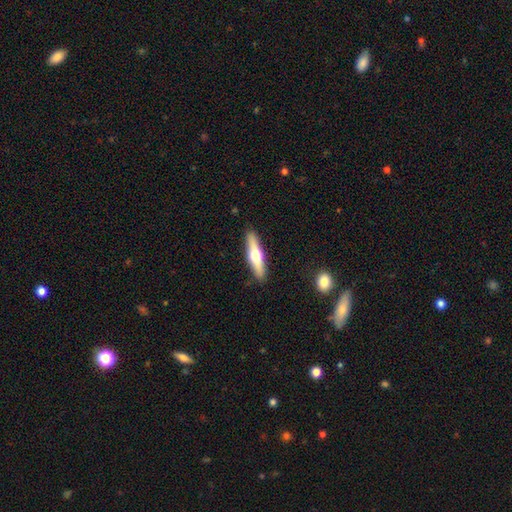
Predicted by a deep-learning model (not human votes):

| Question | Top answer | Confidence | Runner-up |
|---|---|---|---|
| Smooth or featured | featured or disk | 53% | smooth (42%) |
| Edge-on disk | yes | 93% | no (7%) |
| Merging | none | 89% | minor disturbance (8%) |